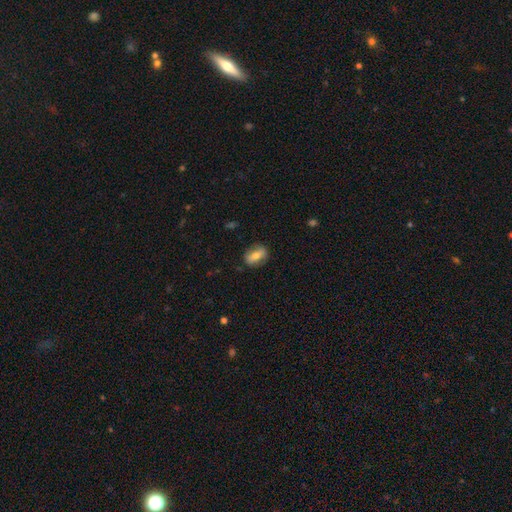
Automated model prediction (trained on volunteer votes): Smooth or featured?
  - smooth: 65% *
  - featured or disk: 27%
  - star or artifact: 7%
How rounded?
  - in between: 75% *
  - round: 16%
  - cigar-shaped: 9%
Merging?
  - none: 83% *
  - minor disturbance: 12%
  - major disturbance: 3%
  - merger: 1%